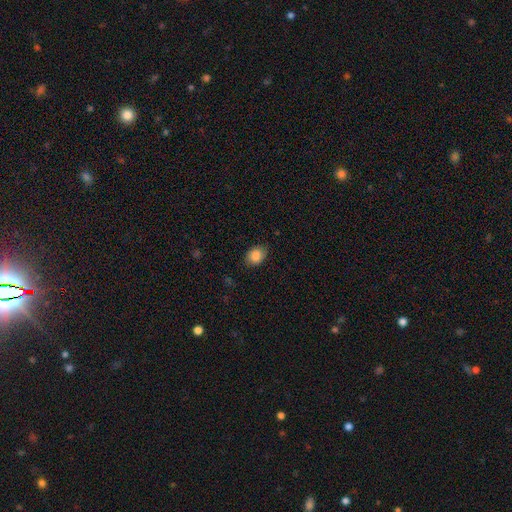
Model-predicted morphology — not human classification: Smooth or featured? smooth (85%)
How rounded? in between (58%)
Merging? none (80%)